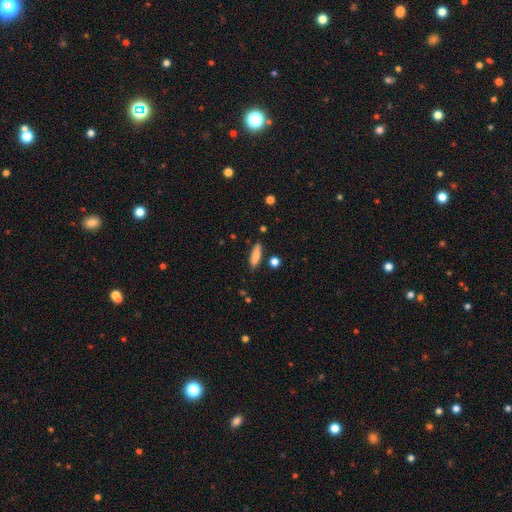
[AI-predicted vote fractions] smooth 84%, featured or disk 9%, star or artifact 7%. Down the decision tree: how rounded — cigar-shaped (61%); merging — none (84%).